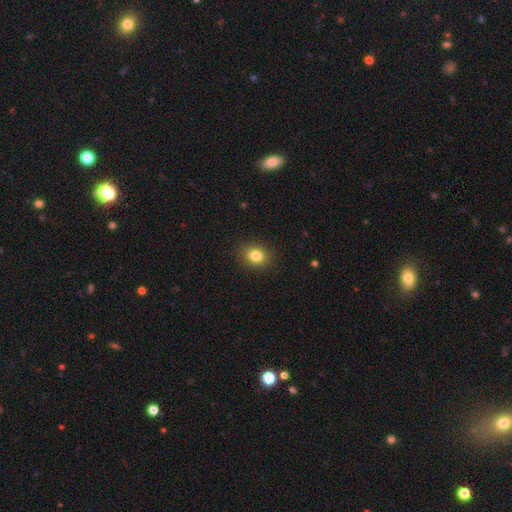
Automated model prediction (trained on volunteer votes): Smooth or featured: smooth — 83% (star or artifact — 11%)
How rounded: round — 61% (in between — 38%)
Merging: none — 89% (minor disturbance — 8%)